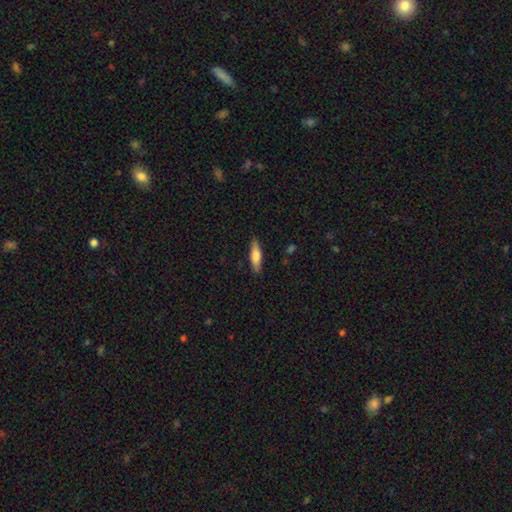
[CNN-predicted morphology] smooth_or_featured: smooth (p=0.65) [alt: featured or disk p=0.29]
how_rounded: cigar-shaped (p=0.63) [alt: in between p=0.35]
merging: none (p=0.86) [alt: minor disturbance p=0.11]